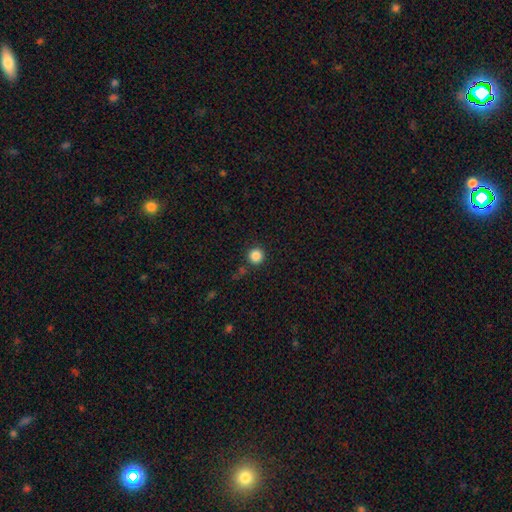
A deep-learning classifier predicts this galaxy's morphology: smooth 85%, star or artifact 11%, featured or disk 3%. Down the decision tree: how rounded — round (95%); merging — none (88%).